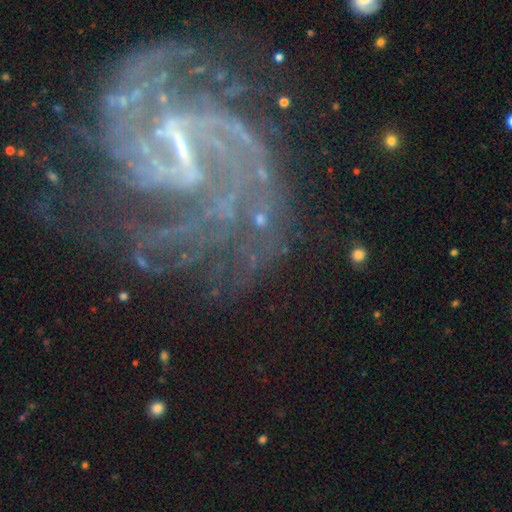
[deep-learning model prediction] A featured or disk galaxy (85%) with a strong bar (54%), 2 (38%) medium (42%) spiral arms (91%) and a small central bulge (49%).

Vote fractions:
- Smooth or featured? featured or disk: 85% / star or artifact: 10% / smooth: 5%
- Edge-on disk? no: 97% / yes: 3%
- Bar? strong: 54% / weak: 33% / no: 13%
- Spiral arms? yes: 91% / no: 9%
- Spiral winding? medium: 42% / tight: 35% / loose: 23%
- Spiral arm count? 2: 38% / can't tell: 24% / 3: 12% / 1: 9% / 4: 9% / more than 4: 8%
- Bulge size? small: 49% / none: 28% / moderate: 18% / large: 3% / dominant: 1%
- Merging? none: 53% / major disturbance: 25% / minor disturbance: 18% / merger: 5%